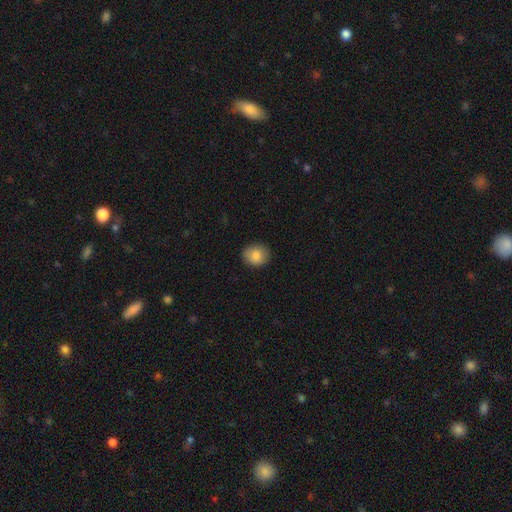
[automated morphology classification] A smooth galaxy with no disk features (85%) that is round (68%).

Vote fractions:
- Smooth or featured? smooth: 85% / star or artifact: 8% / featured or disk: 7%
- How rounded? round: 68% / in between: 31% / cigar-shaped: 1%
- Merging? none: 88% / minor disturbance: 9% / major disturbance: 2% / merger: 1%